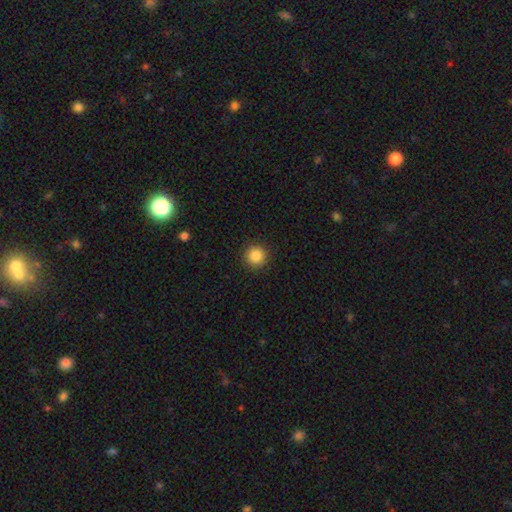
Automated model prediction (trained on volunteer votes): The model was most divided on "smooth or featured": smooth: 86%, star or artifact: 10%, featured or disk: 4%. More confident: how rounded — round (95%); merging — none (92%).